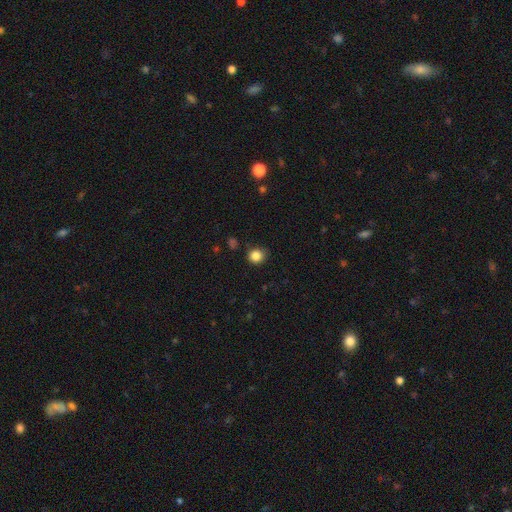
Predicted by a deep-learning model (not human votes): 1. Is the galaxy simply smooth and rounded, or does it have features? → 84% smooth, 11% star or artifact, 4% featured or disk.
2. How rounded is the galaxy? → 84% round, 15% in between, 1% cigar-shaped.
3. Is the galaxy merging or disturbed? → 79% none, 16% minor disturbance, 3% major disturbance, 2% merger.